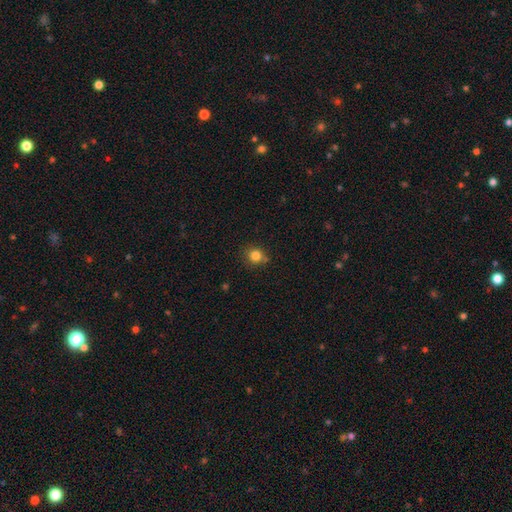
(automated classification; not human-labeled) smooth 82%, star or artifact 13%, featured or disk 6%. Down the decision tree: how rounded — round (87%); merging — none (77%).